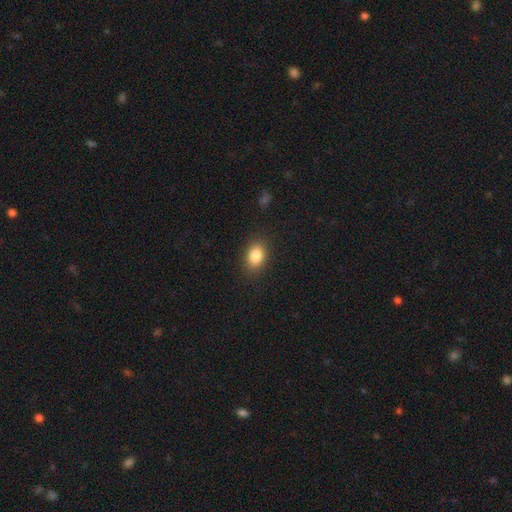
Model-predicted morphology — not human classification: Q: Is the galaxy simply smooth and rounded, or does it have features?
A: smooth — 85%.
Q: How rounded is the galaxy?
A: in between — 79%.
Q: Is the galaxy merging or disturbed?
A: none — 87%.